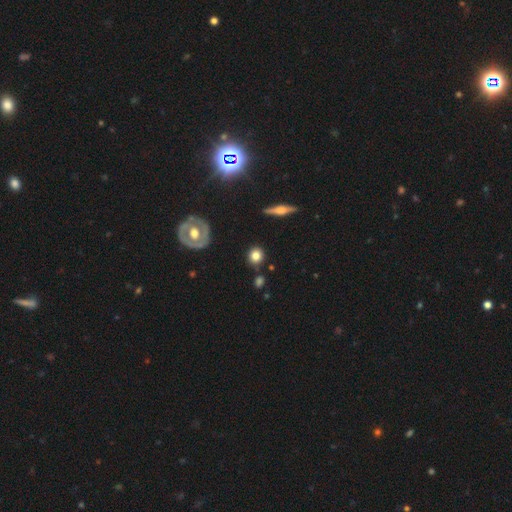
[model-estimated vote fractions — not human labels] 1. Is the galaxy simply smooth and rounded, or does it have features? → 77% smooth, 13% featured or disk, 9% star or artifact.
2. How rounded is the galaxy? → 88% round, 10% in between, 2% cigar-shaped.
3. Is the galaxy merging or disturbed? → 83% none, 10% minor disturbance, 4% merger, 3% major disturbance.